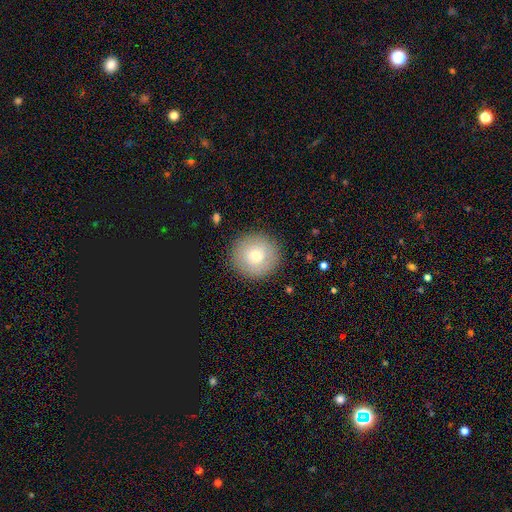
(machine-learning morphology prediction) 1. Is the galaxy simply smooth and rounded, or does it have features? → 72% smooth, 19% featured or disk, 9% star or artifact.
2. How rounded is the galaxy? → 95% round, 4% in between, 1% cigar-shaped.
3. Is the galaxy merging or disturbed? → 89% none, 7% minor disturbance, 3% major disturbance, 1% merger.